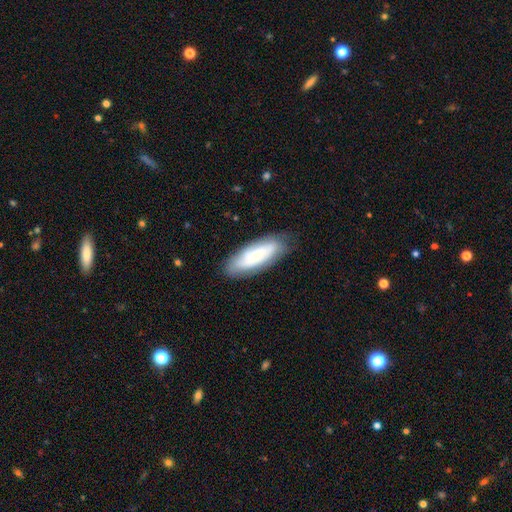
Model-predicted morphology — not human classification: type=smooth (58%); roundness=in between (66%); merging=none (78%).